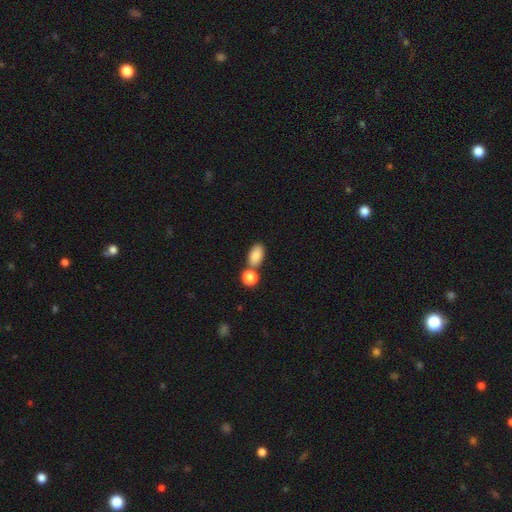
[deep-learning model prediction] smooth 86%, star or artifact 8%, featured or disk 6%. Down the decision tree: how rounded — in between (88%); merging — none (60%).